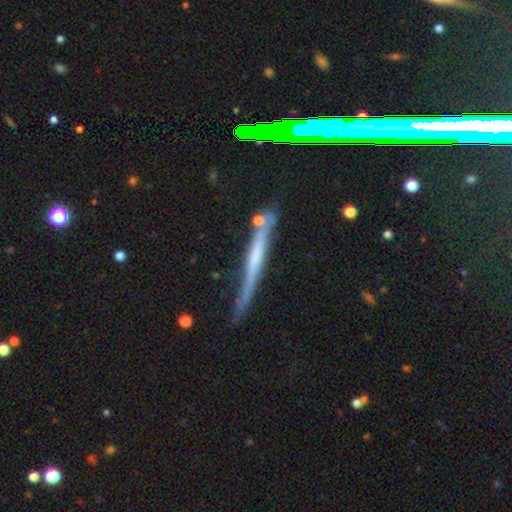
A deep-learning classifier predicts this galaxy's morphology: smooth-or-featured: featured or disk: 57% | smooth: 32% | star or artifact: 11%
  disk-edge-on: yes: 93% | no: 7%
    edge-on-bulge: none: 68% | rounded: 21% | boxy: 12%
  merging: none: 62% | minor disturbance: 25% | merger: 7% | major disturbance: 6%